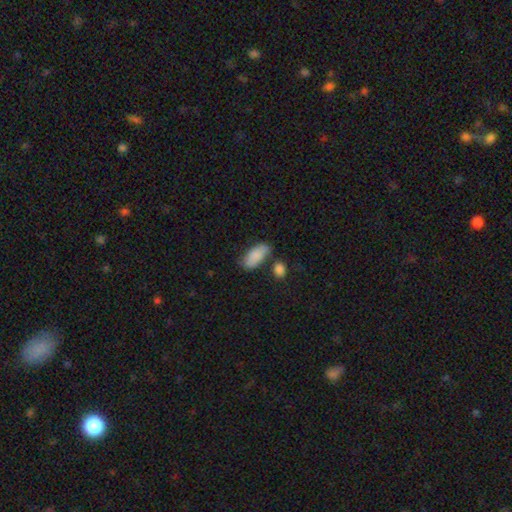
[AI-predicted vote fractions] This is clearly a smooth galaxy (86%). How rounded: clearly in between (89%). Merging: likely none (65%).